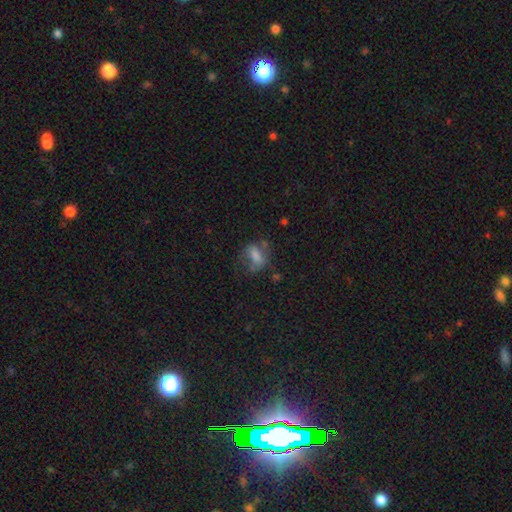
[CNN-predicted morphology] smooth 59%, featured or disk 27%, star or artifact 14%. Down the decision tree: how rounded — in between (70%); merging — none (48%).